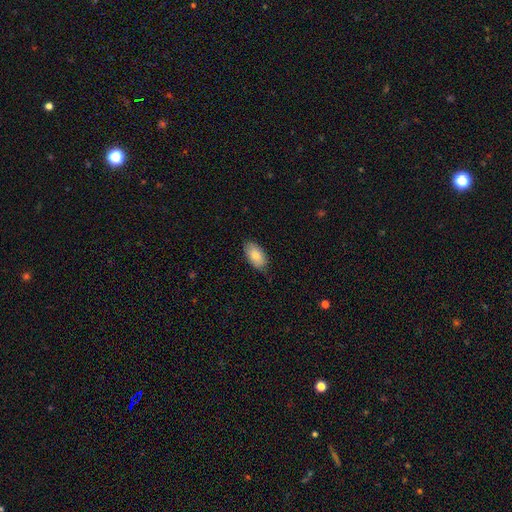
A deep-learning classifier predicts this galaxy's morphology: smooth-or-featured: smooth: 83% | featured or disk: 10% | star or artifact: 6%
  how-rounded: in between: 94% | round: 3% | cigar-shaped: 2%
  merging: none: 77% | minor disturbance: 19% | major disturbance: 3% | merger: 1%